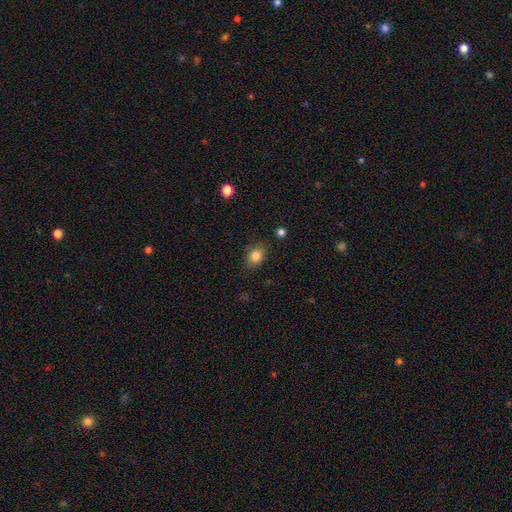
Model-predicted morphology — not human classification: Q: Smooth or featured?
A: smooth (84%); runner-up: star or artifact (10%)
Q: How rounded?
A: in between (60%); runner-up: round (38%)
Q: Merging?
A: none (82%); runner-up: minor disturbance (13%)